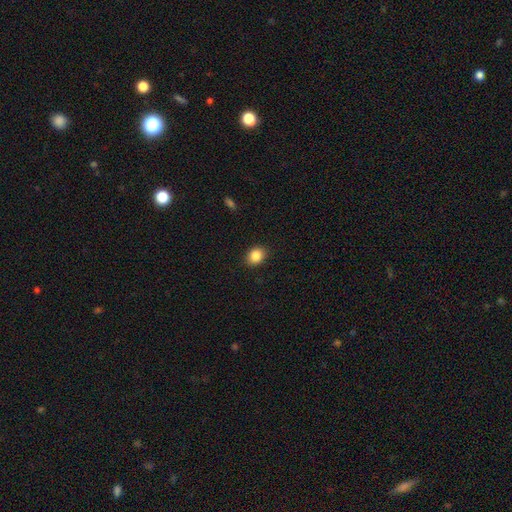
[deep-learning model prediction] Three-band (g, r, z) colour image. It shows a smooth galaxy with no disk features (86%) that is round (52%). Merging: none (88%).